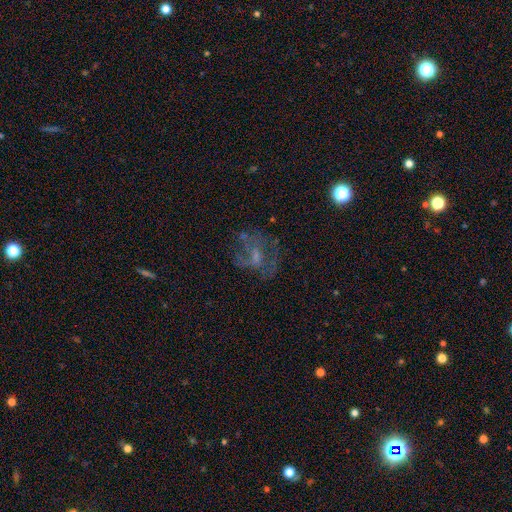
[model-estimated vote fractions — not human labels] A featured or disk galaxy (56%) with no bar (59%), no spiral arms (60%) and a small central bulge (38%). Merging: none (46%).